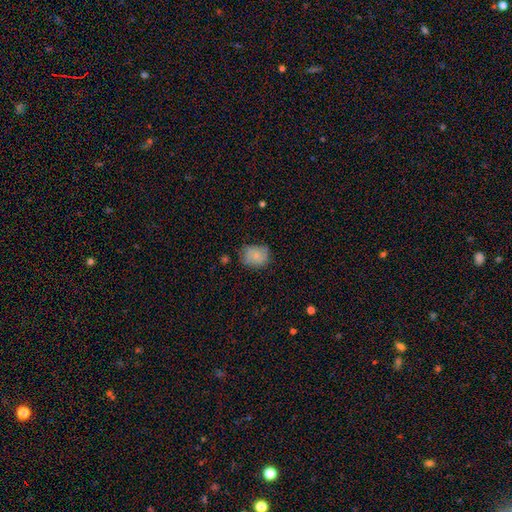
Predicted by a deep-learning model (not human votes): The model was most divided on "how rounded": round: 55%, in between: 45%, cigar-shaped: 1%. More confident: smooth or featured — smooth (72%); merging — none (58%).